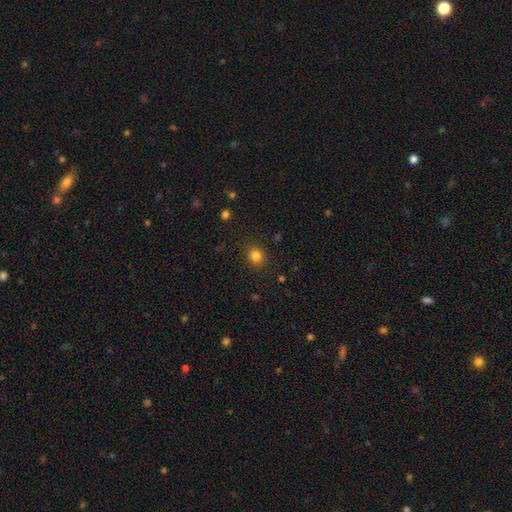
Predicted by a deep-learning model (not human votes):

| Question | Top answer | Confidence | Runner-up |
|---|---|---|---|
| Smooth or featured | smooth | 82% | star or artifact (12%) |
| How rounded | round | 73% | in between (26%) |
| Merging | none | 89% | minor disturbance (8%) |